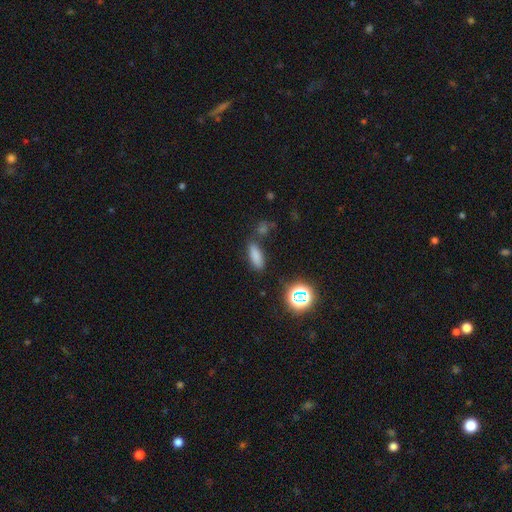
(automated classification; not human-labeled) smooth-or-featured: smooth: 77% | star or artifact: 16% | featured or disk: 7%
  how-rounded: in between: 65% | cigar-shaped: 31% | round: 4%
  merging: none: 75% | minor disturbance: 13% | merger: 7% | major disturbance: 4%